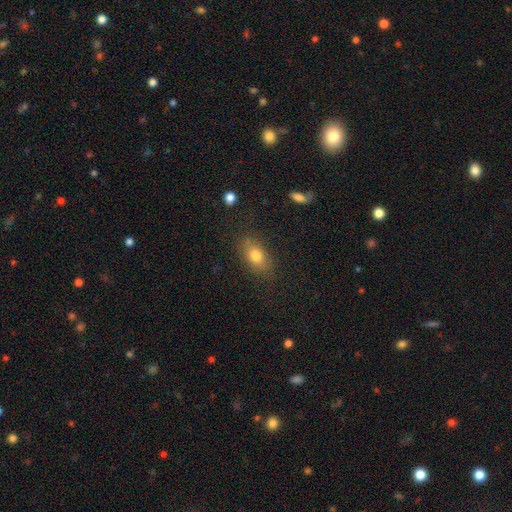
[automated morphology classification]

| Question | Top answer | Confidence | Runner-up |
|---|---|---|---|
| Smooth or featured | smooth | 77% | featured or disk (12%) |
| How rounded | in between | 81% | round (14%) |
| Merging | none | 79% | minor disturbance (14%) |